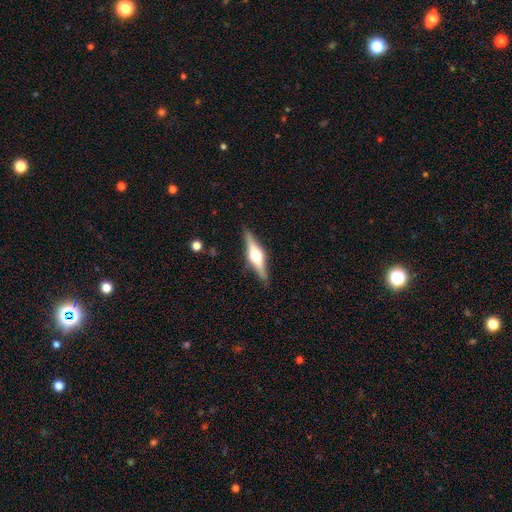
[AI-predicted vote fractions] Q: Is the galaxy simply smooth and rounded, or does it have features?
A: featured or disk — 74%.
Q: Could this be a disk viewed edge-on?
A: yes — 97%.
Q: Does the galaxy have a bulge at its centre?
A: rounded — 93%.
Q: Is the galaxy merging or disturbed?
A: none — 88%.